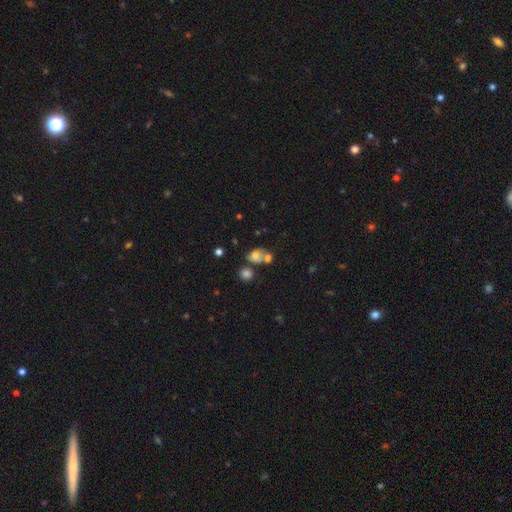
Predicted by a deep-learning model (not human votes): Smooth or featured: smooth — 68% (featured or disk — 18%)
How rounded: round — 50% (in between — 49%)
Merging: merger — 41% (none — 38%)